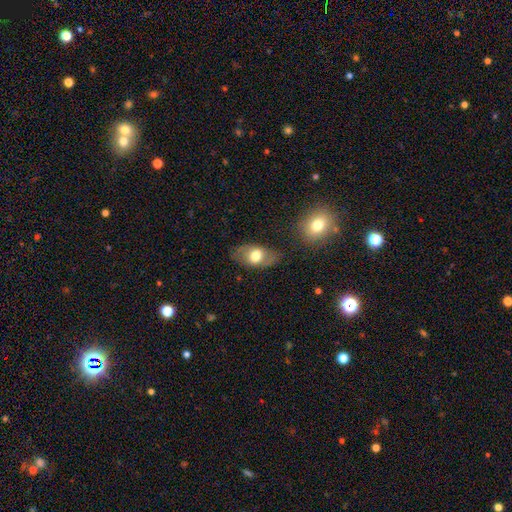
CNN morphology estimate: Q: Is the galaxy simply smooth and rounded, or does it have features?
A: smooth — 65%.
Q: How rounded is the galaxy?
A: in between — 88%.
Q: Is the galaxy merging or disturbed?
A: none — 77%.